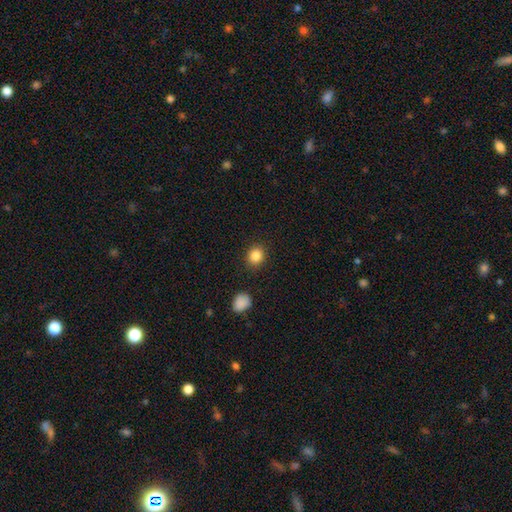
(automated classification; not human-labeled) Morphology: type=smooth (85%); roundness=round (74%); merging=none (89%).